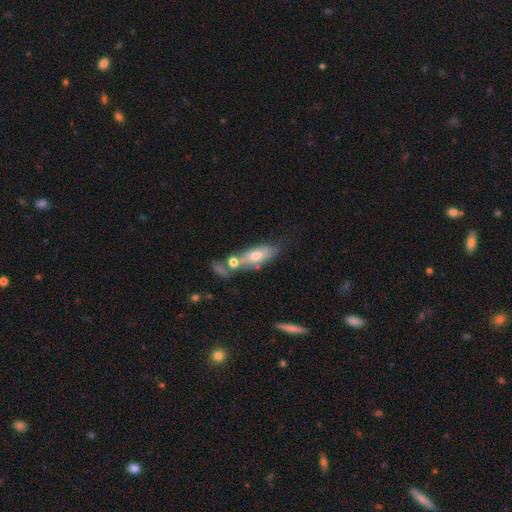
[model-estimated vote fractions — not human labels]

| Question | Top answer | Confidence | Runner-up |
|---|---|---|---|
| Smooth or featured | smooth | 58% | featured or disk (35%) |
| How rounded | in between | 67% | cigar-shaped (30%) |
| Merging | none | 44% | merger (29%) |